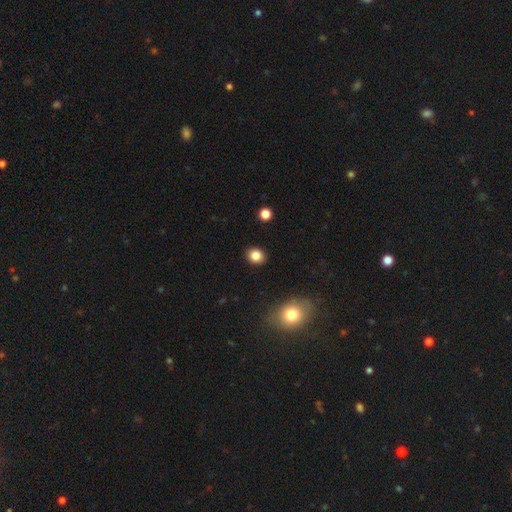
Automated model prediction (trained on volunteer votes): smooth-or-featured: smooth: 85% | star or artifact: 10% | featured or disk: 5%
  how-rounded: round: 67% | in between: 32% | cigar-shaped: 1%
  merging: none: 90% | minor disturbance: 7% | major disturbance: 2% | merger: 1%